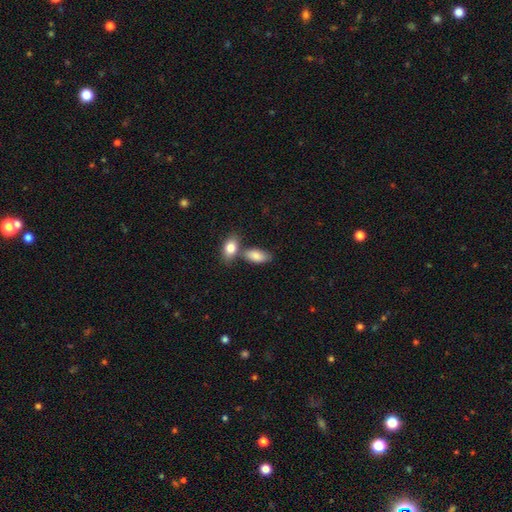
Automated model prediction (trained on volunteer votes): smooth-or-featured: smooth: 85% | featured or disk: 9% | star or artifact: 6%
  how-rounded: in between: 92% | cigar-shaped: 4% | round: 4%
  merging: none: 50% | merger: 33% | minor disturbance: 13% | major disturbance: 4%